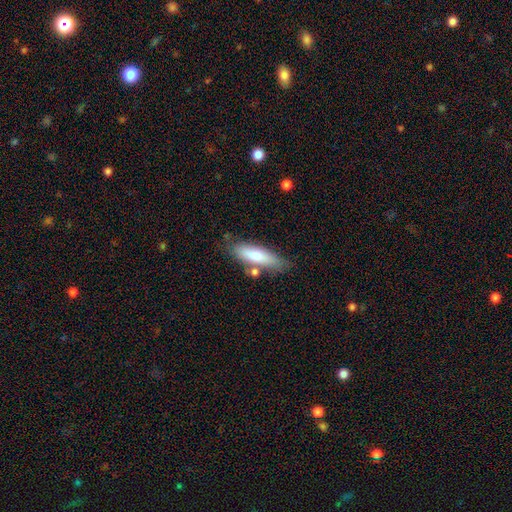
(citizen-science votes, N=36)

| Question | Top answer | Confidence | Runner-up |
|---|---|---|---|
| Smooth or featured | smooth | 81% | featured or disk (14%) |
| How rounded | in between | 55% | cigar-shaped (45%) |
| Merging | none | 56% | minor disturbance (26%) |